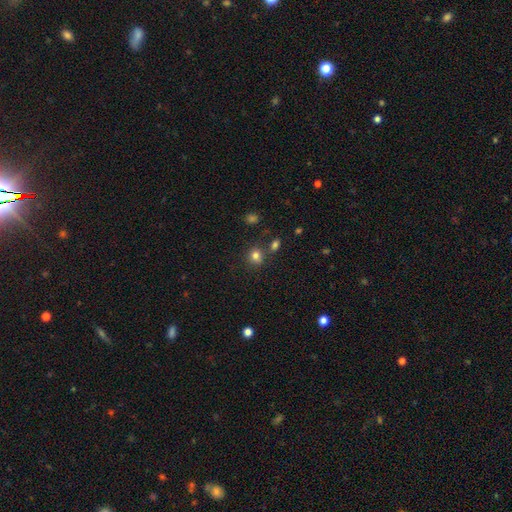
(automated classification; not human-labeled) A smooth galaxy with no disk features (80%) that is round (78%). Merging: none (73%).